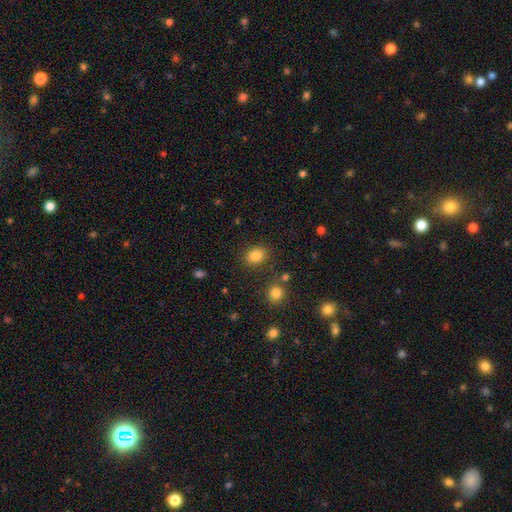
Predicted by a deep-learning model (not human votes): Q: Smooth or featured?
A: smooth (84%); runner-up: star or artifact (11%)
Q: How rounded?
A: in between (59%); runner-up: round (40%)
Q: Merging?
A: none (83%); runner-up: minor disturbance (10%)